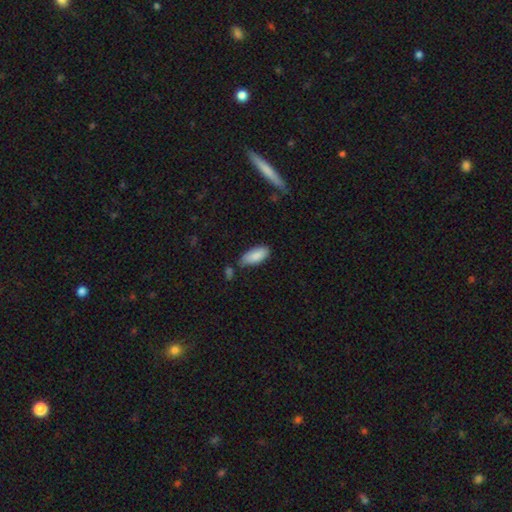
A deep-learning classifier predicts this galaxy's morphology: smooth_or_featured: smooth (p=0.87) [alt: star or artifact p=0.06]
how_rounded: in between (p=0.86) [alt: cigar-shaped p=0.12]
merging: none (p=0.63) [alt: minor disturbance p=0.25]